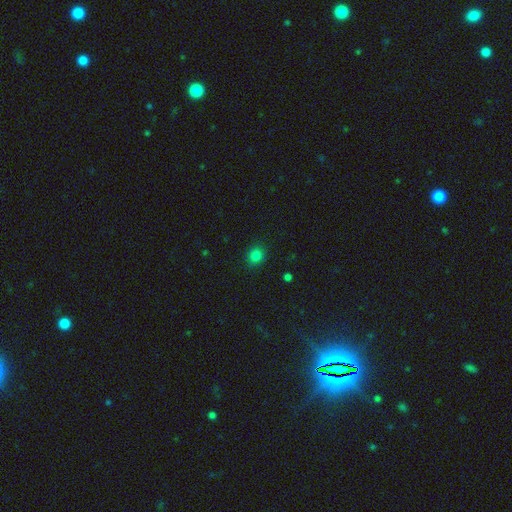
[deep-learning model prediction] Smooth or featured?
  - smooth: 81% *
  - star or artifact: 15%
  - featured or disk: 4%
How rounded?
  - round: 74% *
  - in between: 25%
  - cigar-shaped: 1%
Merging?
  - none: 87% *
  - minor disturbance: 9%
  - major disturbance: 3%
  - merger: 1%